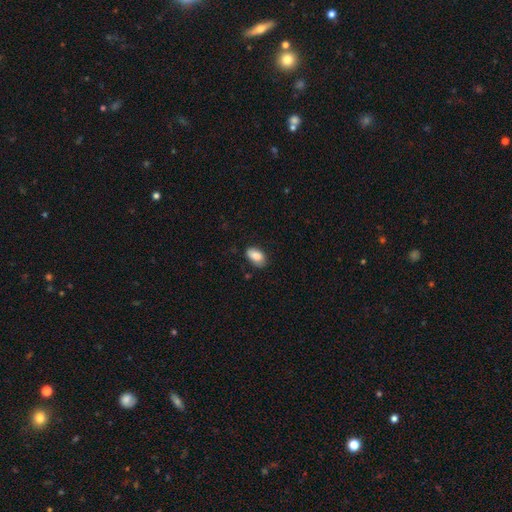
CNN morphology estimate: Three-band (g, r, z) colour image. It shows a smooth galaxy with no disk features (86%) that is in between round and cigar-shaped (92%). Merging: none (71%).